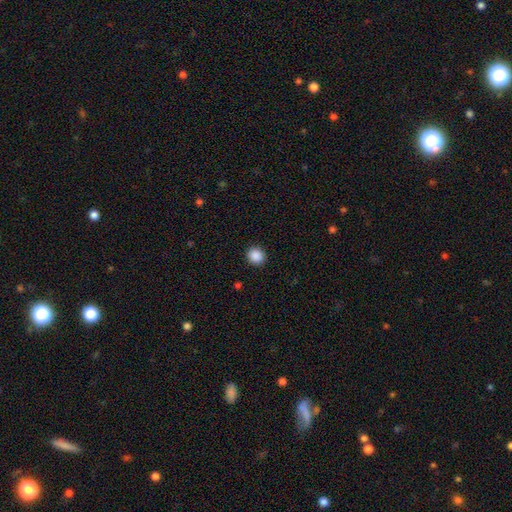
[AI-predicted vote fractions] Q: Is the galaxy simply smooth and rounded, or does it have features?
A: smooth — 88%.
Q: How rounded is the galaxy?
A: round — 87%.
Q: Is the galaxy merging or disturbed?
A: none — 92%.